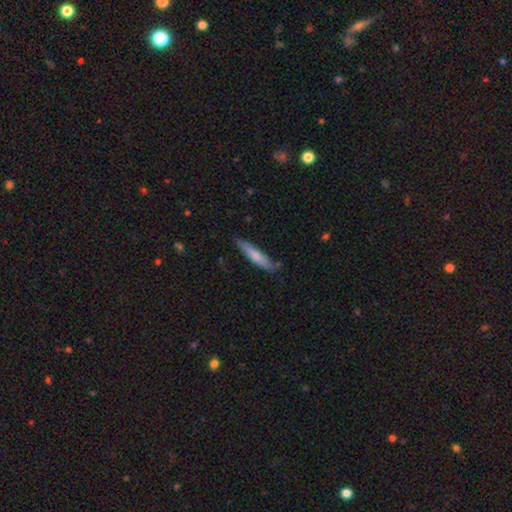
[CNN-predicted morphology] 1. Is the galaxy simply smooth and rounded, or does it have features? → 73% smooth, 22% featured or disk, 6% star or artifact.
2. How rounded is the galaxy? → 86% cigar-shaped, 13% in between, 1% round.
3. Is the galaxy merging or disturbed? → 78% none, 17% minor disturbance, 3% major disturbance, 3% merger.